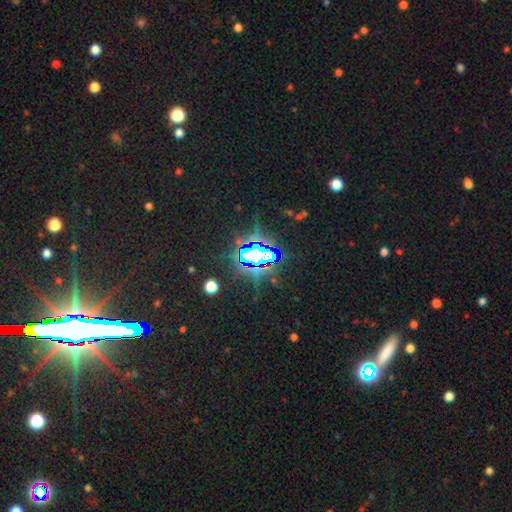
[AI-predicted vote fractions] A star or artifact, not a galaxy (78%).